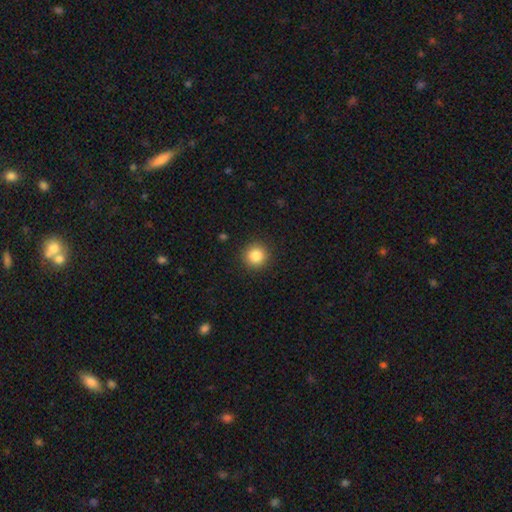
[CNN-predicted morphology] Smooth or featured?
  - smooth: 85% *
  - star or artifact: 10%
  - featured or disk: 5%
How rounded?
  - round: 95% *
  - in between: 4%
  - cigar-shaped: 1%
Merging?
  - none: 92% *
  - minor disturbance: 5%
  - major disturbance: 2%
  - merger: 1%